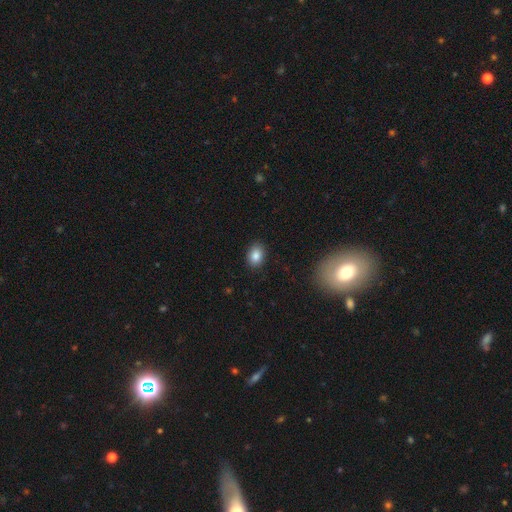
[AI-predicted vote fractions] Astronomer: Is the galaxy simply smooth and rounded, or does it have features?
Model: smooth — 85%.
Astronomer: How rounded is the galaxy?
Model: in between — 71%.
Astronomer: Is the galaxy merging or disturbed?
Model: none — 88%.